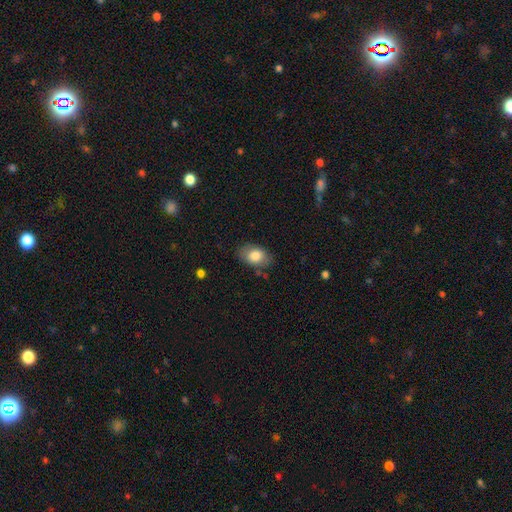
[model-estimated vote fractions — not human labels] Smooth or featured? Predicted: smooth (p=0.80). How rounded? Predicted: in between (p=0.82). Merging? Predicted: none (p=0.77).